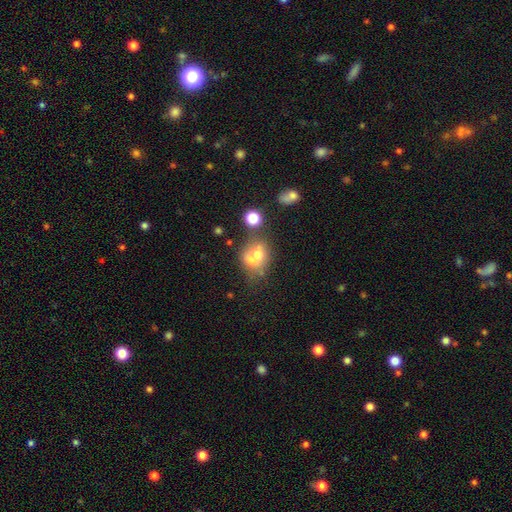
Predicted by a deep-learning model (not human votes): This is likely a smooth galaxy (61%). How rounded: possibly round (60%). Merging: possibly merger (51%).